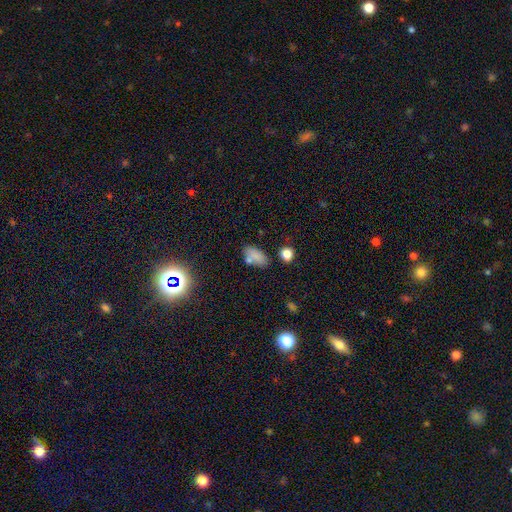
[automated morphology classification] Q: Smooth or featured?
A: smooth (77%); runner-up: star or artifact (13%)
Q: How rounded?
A: in between (88%); runner-up: round (7%)
Q: Merging?
A: none (63%); runner-up: minor disturbance (17%)